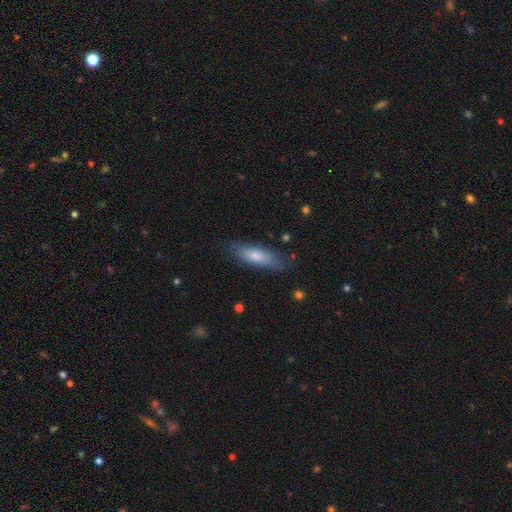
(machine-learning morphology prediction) Smooth or featured: smooth — 69% (featured or disk — 24%)
How rounded: cigar-shaped — 51% (in between — 47%)
Merging: none — 79% (minor disturbance — 16%)